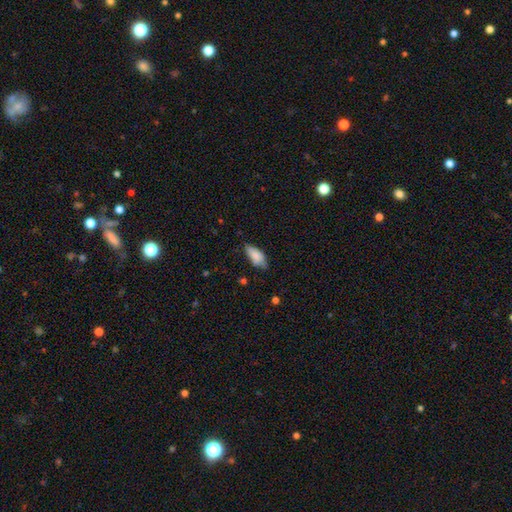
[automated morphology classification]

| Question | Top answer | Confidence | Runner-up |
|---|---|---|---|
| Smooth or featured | smooth | 81% | featured or disk (12%) |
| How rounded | in between | 85% | cigar-shaped (13%) |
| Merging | none | 53% | minor disturbance (36%) |